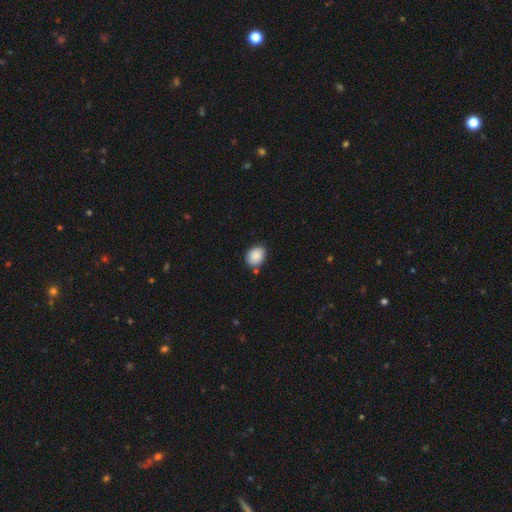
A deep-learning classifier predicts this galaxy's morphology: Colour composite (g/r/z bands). It shows a smooth galaxy with no disk features (88%) that is in between round and cigar-shaped (61%). Merging: none (76%).